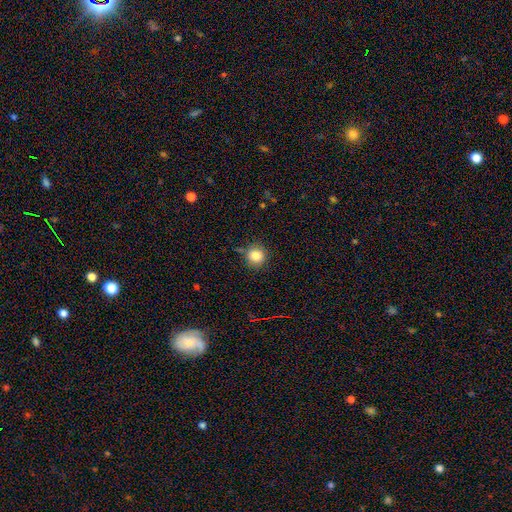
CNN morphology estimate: type=smooth (84%); roundness=round (92%); merging=none (84%).